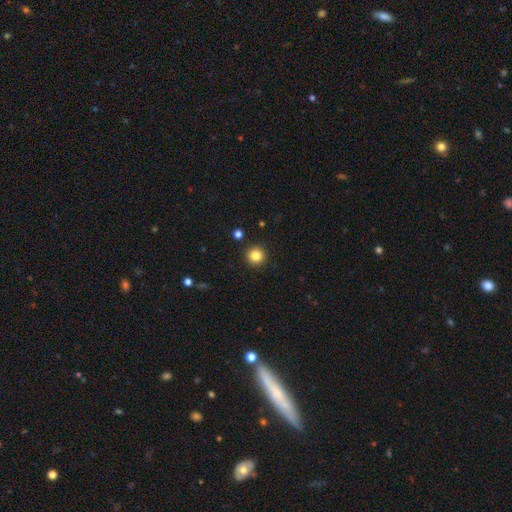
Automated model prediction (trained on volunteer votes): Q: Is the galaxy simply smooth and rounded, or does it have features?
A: smooth — 84%.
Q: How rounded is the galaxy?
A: round — 96%.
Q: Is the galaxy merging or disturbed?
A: none — 92%.